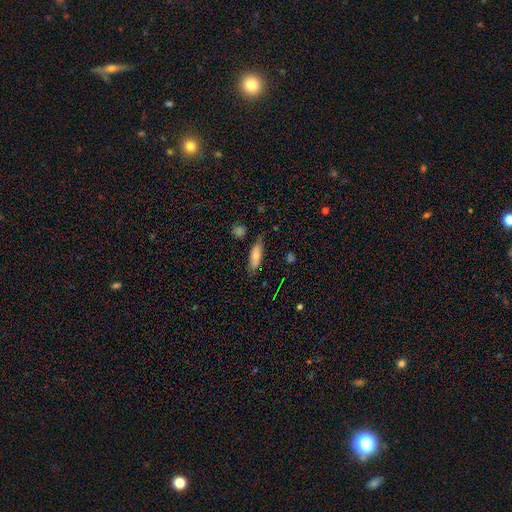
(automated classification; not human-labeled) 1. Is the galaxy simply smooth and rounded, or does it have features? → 73% smooth, 20% featured or disk, 7% star or artifact.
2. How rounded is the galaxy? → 49% in between, 48% cigar-shaped, 2% round.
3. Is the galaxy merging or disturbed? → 73% none, 20% minor disturbance, 4% major disturbance, 2% merger.